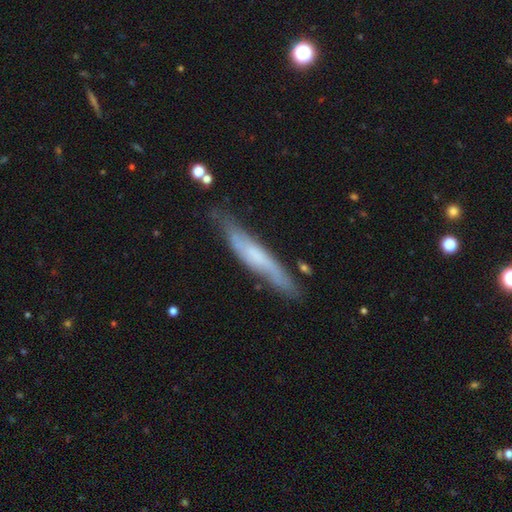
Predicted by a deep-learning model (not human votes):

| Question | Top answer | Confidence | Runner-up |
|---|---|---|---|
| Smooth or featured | featured or disk | 50% | smooth (43%) |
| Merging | none | 70% | minor disturbance (22%) |